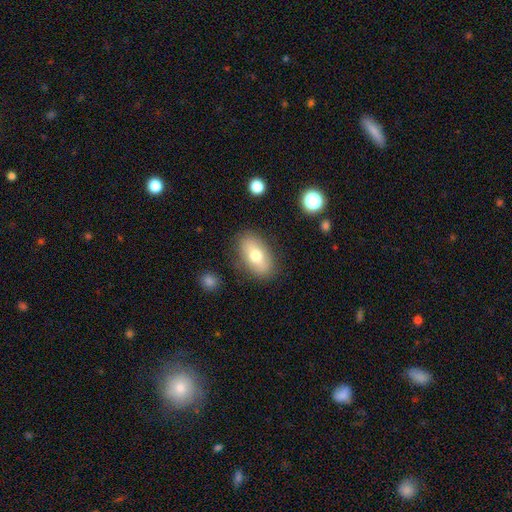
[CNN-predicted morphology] Smooth or featured? smooth (69%)
How rounded? in between (91%)
Merging? none (83%)